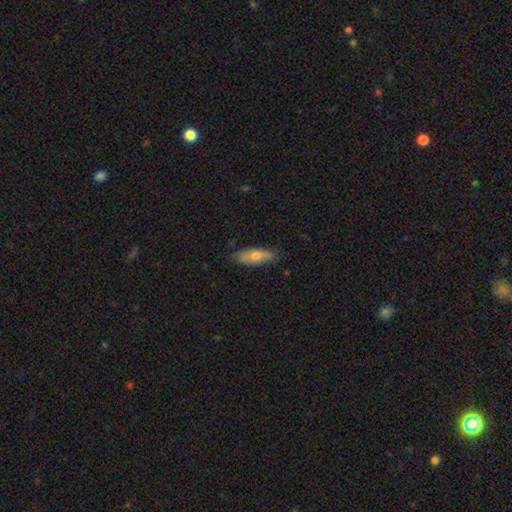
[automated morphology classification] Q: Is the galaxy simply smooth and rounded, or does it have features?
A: smooth — 66%.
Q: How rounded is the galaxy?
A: in between — 58%.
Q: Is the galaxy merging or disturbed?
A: none — 80%.